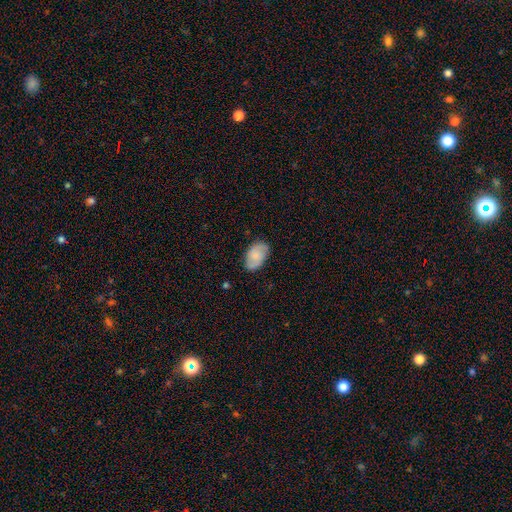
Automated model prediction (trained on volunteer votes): Smooth or featured? smooth (52%)
How rounded? in between (91%)
Merging? none (78%)